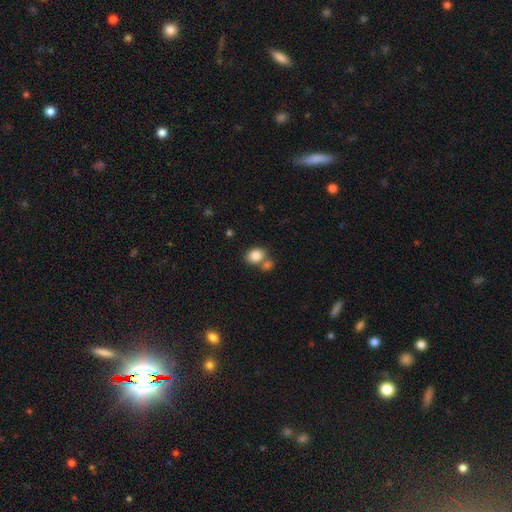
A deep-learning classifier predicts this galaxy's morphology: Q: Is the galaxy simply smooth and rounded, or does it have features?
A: smooth — 84%.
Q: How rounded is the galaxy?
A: in between — 60%.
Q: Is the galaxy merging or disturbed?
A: none — 53%.